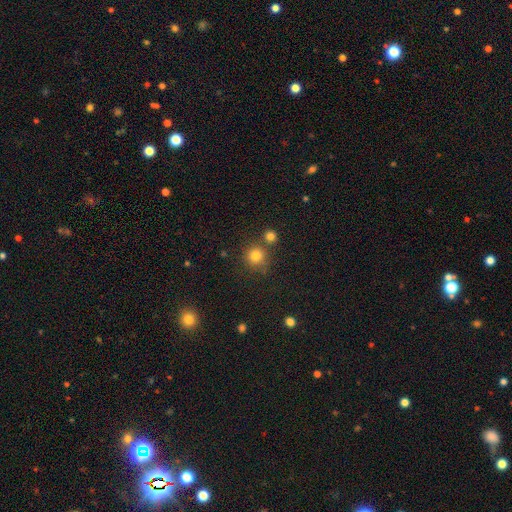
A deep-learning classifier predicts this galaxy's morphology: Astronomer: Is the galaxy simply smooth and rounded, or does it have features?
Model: smooth — 81%.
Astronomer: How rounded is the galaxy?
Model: round — 92%.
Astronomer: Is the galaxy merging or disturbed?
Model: none — 71%.